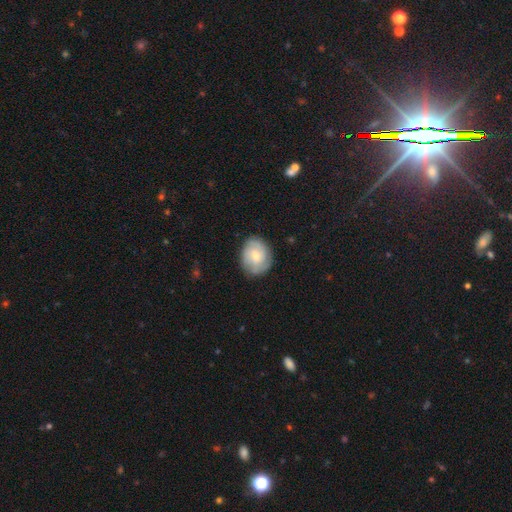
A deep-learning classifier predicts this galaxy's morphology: Smooth or featured?
  - featured or disk: 49% *
  - smooth: 44%
  - star or artifact: 7%
Merging?
  - none: 80% *
  - minor disturbance: 15%
  - major disturbance: 4%
  - merger: 1%